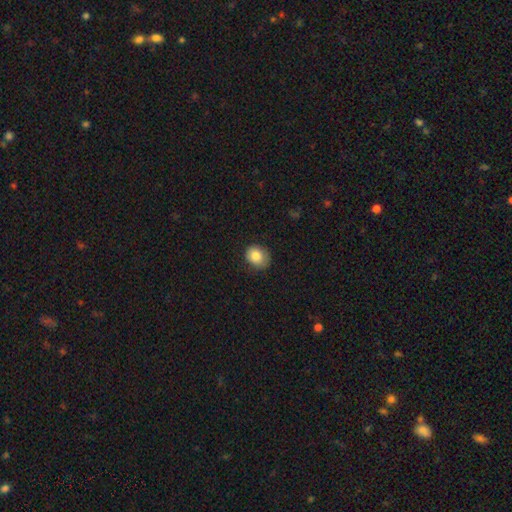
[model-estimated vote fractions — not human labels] Q: Smooth or featured?
A: smooth (84%); runner-up: star or artifact (9%)
Q: How rounded?
A: round (62%); runner-up: in between (37%)
Q: Merging?
A: none (77%); runner-up: minor disturbance (19%)